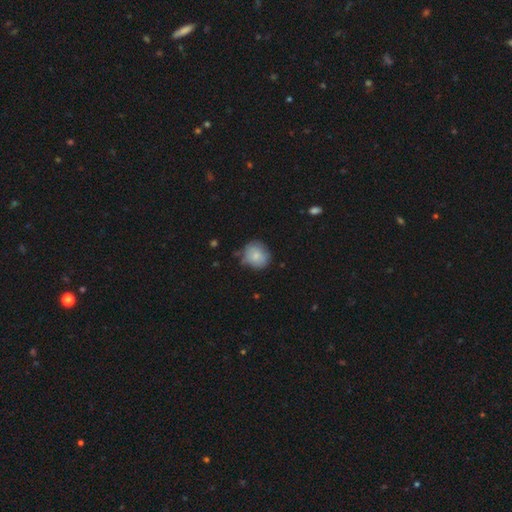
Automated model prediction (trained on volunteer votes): A smooth galaxy with no disk features (77%) that is round (79%). Merging: none (65%).